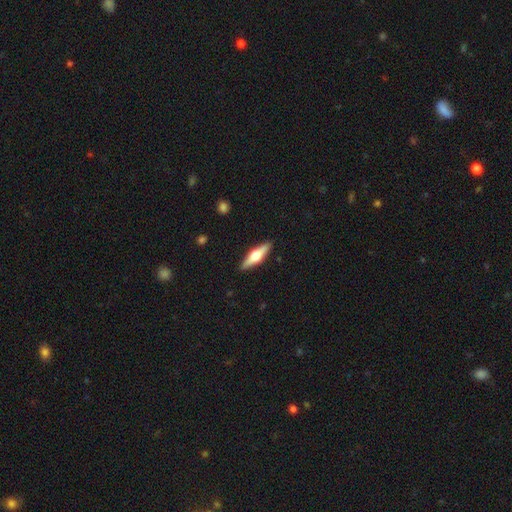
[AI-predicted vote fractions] The model was most divided on "smooth or featured": featured or disk: 61%, smooth: 34%, star or artifact: 5%. More confident: edge-on disk — yes (96%); edge-on bulge — rounded (94%); merging — none (91%).